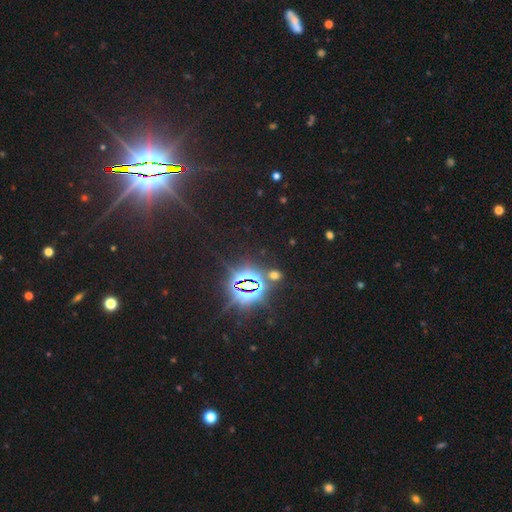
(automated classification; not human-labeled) Morphology: type=star or artifact (85%).